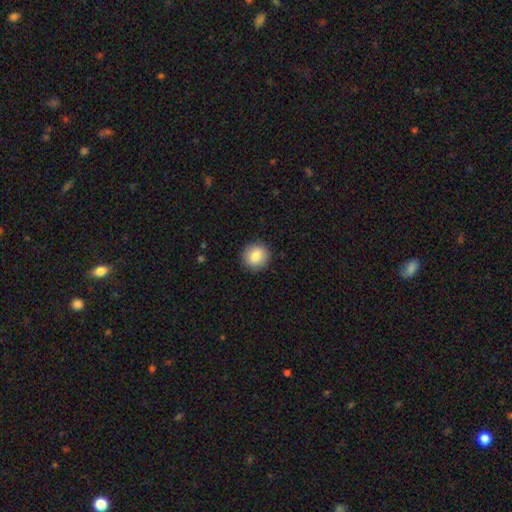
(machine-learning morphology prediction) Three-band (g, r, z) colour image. It shows a smooth galaxy with no disk features (84%) that is round (88%). Merging: none (91%).